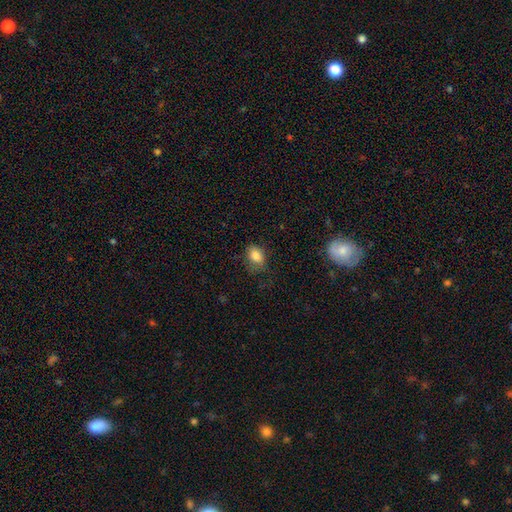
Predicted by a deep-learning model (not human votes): A smooth galaxy with no disk features (84%) that is in between round and cigar-shaped (78%). Merging: none (65%).